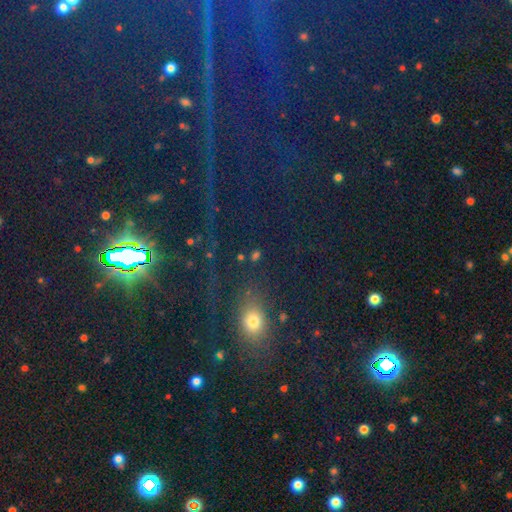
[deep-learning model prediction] Smooth or featured? Predicted: star or artifact (p=0.48).